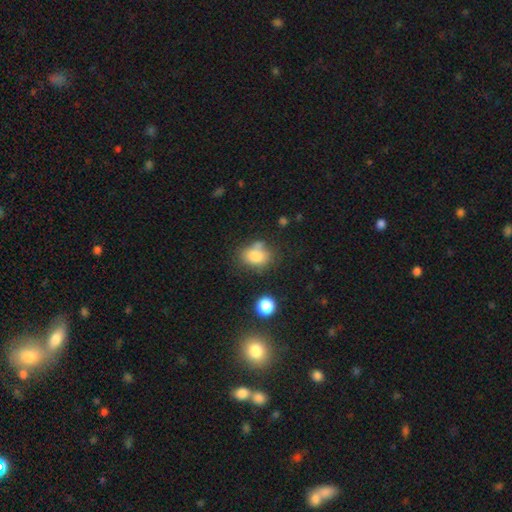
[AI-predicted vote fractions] This is likely a smooth galaxy (80%). How rounded: possibly in between (56%). Merging: possibly none (56%).